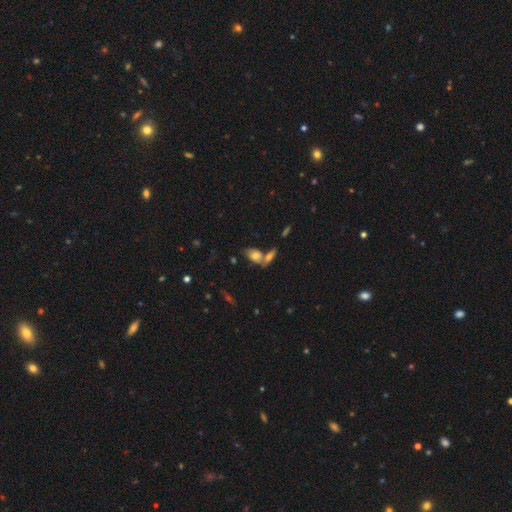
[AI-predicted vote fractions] smooth 68%, featured or disk 22%, star or artifact 10%. Down the decision tree: how rounded — in between (85%); merging — none (44%).